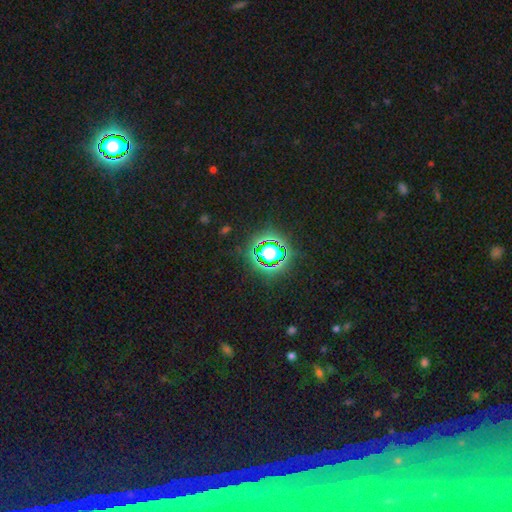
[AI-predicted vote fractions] smooth-or-featured: star or artifact: 82% | smooth: 11% | featured or disk: 7%